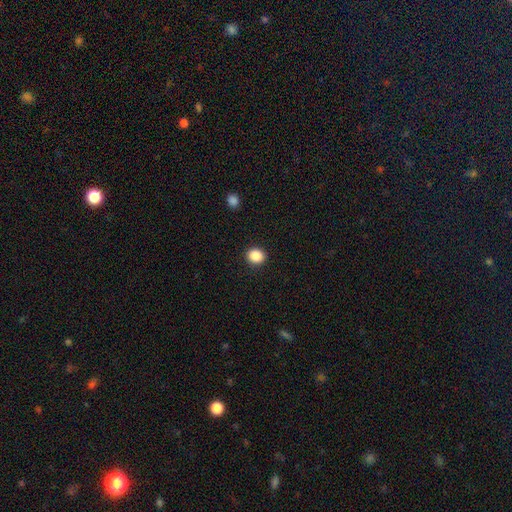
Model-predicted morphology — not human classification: Smooth or featured?
  - smooth: 88% *
  - star or artifact: 9%
  - featured or disk: 3%
How rounded?
  - round: 76% *
  - in between: 23%
  - cigar-shaped: 1%
Merging?
  - none: 91% *
  - minor disturbance: 6%
  - major disturbance: 2%
  - merger: 1%